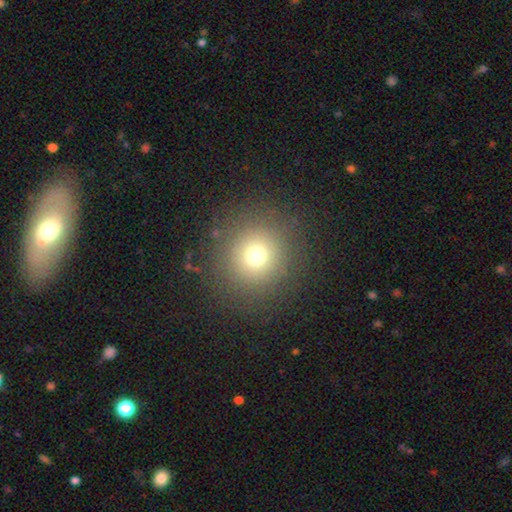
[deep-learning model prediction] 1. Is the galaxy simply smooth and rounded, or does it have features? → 69% smooth, 20% star or artifact, 10% featured or disk.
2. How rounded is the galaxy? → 94% round, 5% in between, 1% cigar-shaped.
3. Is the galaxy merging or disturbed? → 87% none, 7% minor disturbance, 5% major disturbance, 1% merger.